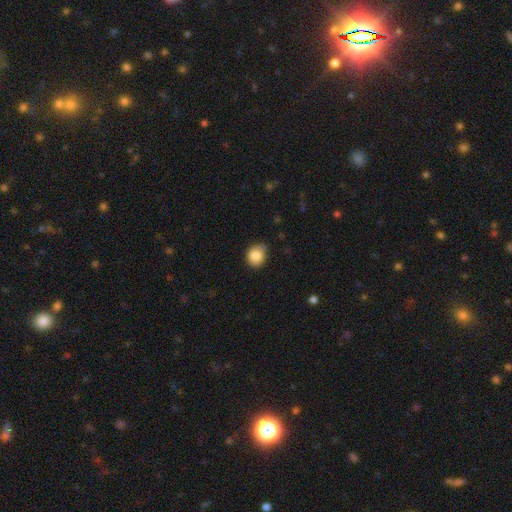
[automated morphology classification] Smooth or featured? Predicted: smooth (p=0.85). How rounded? Predicted: round (p=0.66). Merging? Predicted: none (p=0.71).